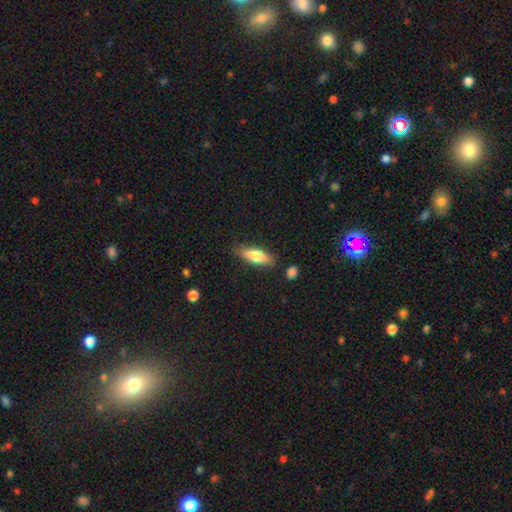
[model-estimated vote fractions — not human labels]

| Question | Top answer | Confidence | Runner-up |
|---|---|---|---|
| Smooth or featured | smooth | 71% | featured or disk (23%) |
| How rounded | in between | 56% | cigar-shaped (41%) |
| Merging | none | 81% | minor disturbance (13%) |